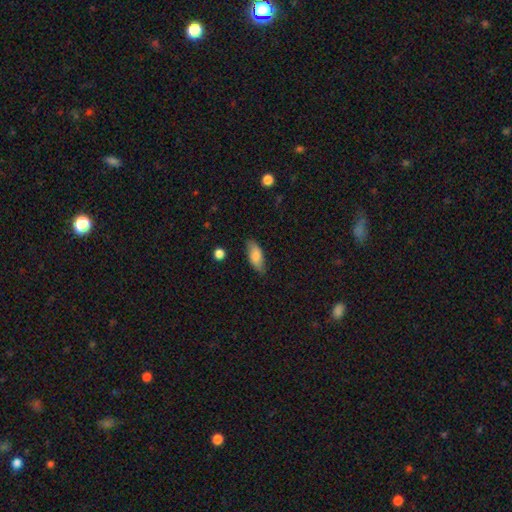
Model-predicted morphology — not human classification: Smooth or featured? Predicted: smooth (p=0.80). How rounded? Predicted: in between (p=0.83). Merging? Predicted: none (p=0.80).